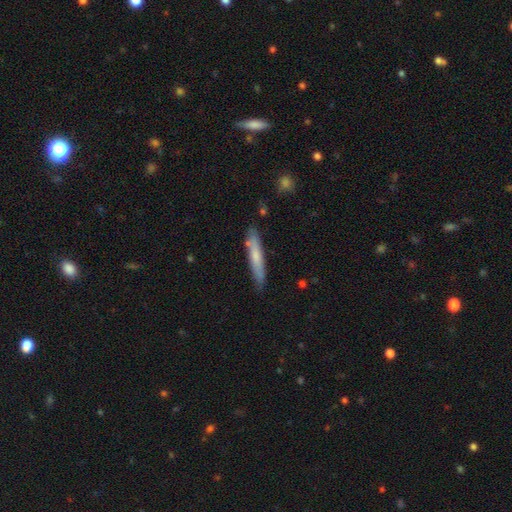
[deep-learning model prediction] smooth-or-featured: smooth: 61% | featured or disk: 33% | star or artifact: 6%
  how-rounded: cigar-shaped: 92% | in between: 7% | round: 1%
  merging: none: 82% | minor disturbance: 14% | merger: 3% | major disturbance: 2%